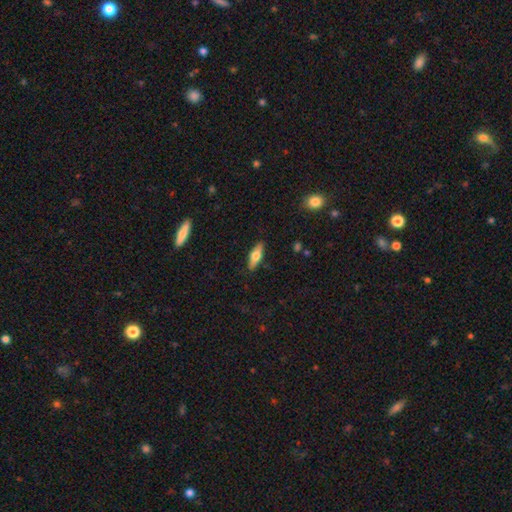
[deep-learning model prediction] The model was most divided on "smooth or featured": smooth: 51%, featured or disk: 42%, star or artifact: 6%. More confident: merging — none (88%); how rounded — in between (53%).